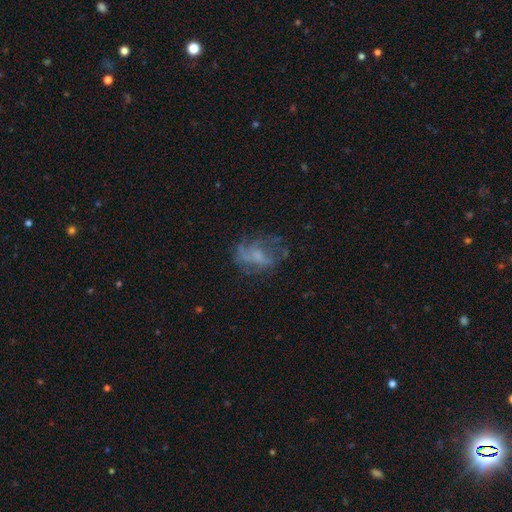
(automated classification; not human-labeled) Q: Smooth or featured?
A: featured or disk (60%); runner-up: smooth (26%)
Q: Edge-on disk?
A: no (97%); runner-up: yes (3%)
Q: Bar?
A: no (61%); runner-up: weak (32%)
Q: Spiral arms?
A: yes (59%); runner-up: no (41%)
Q: Bulge size?
A: none (36%); tied with: small (36%)
Q: Merging?
A: none (51%); runner-up: major disturbance (26%)